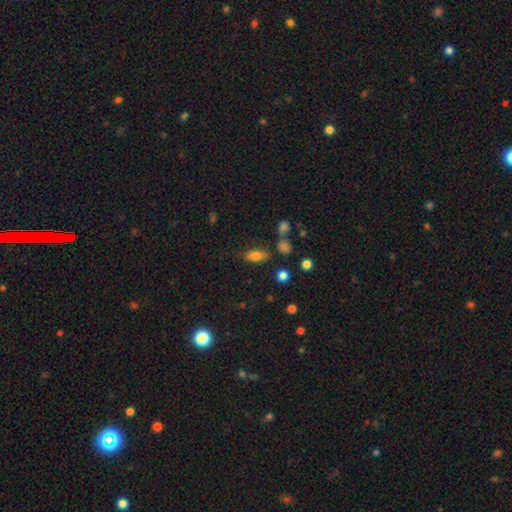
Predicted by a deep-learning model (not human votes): A smooth galaxy with no disk features (75%) that is in between round and cigar-shaped (80%). Merging: none (73%).